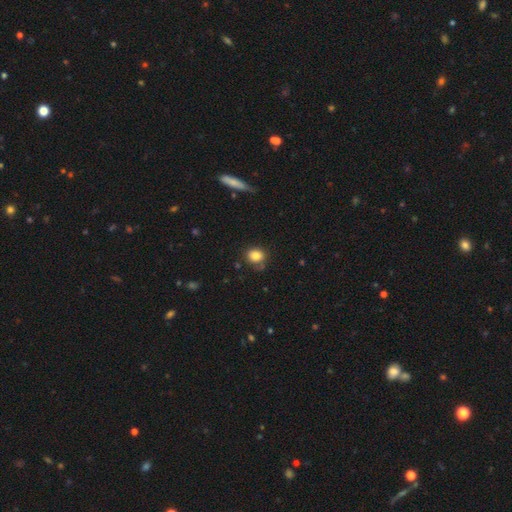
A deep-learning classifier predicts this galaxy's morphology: Smooth or featured? smooth (83%)
How rounded? round (68%)
Merging? none (72%)